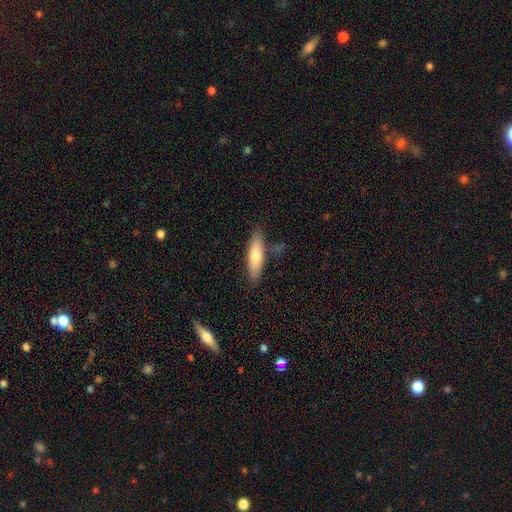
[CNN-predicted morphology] Smooth or featured?
  - smooth: 69% *
  - featured or disk: 25%
  - star or artifact: 6%
How rounded?
  - cigar-shaped: 67% *
  - in between: 31%
  - round: 2%
Merging?
  - none: 78% *
  - minor disturbance: 14%
  - merger: 5%
  - major disturbance: 3%